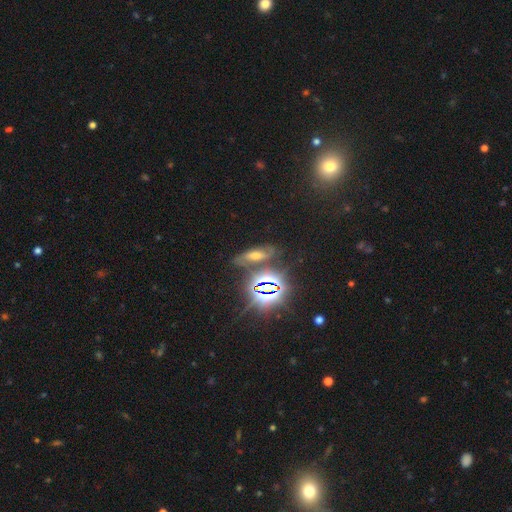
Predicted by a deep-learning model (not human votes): A star or artifact, not a galaxy (44%).